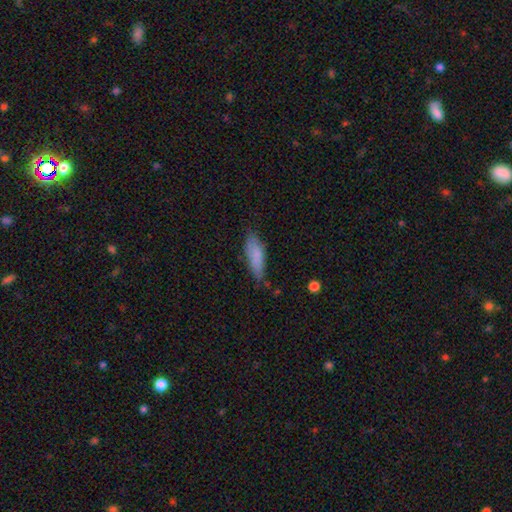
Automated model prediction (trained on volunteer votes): A smooth galaxy with no disk features (80%) that is in between round and cigar-shaped (55%).

Vote fractions:
- Smooth or featured? smooth: 80% / featured or disk: 13% / star or artifact: 7%
- How rounded? in between: 55% / cigar-shaped: 43% / round: 2%
- Merging? none: 65% / minor disturbance: 27% / major disturbance: 5% / merger: 2%